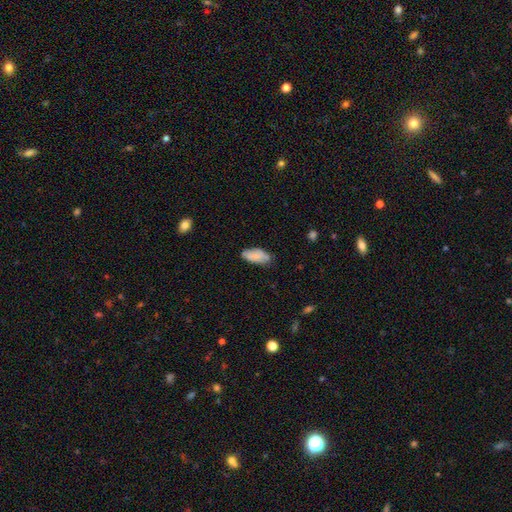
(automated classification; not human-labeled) smooth-or-featured: smooth: 79% | featured or disk: 14% | star or artifact: 7%
  how-rounded: in between: 90% | cigar-shaped: 8% | round: 2%
  merging: none: 62% | minor disturbance: 28% | major disturbance: 6% | merger: 4%